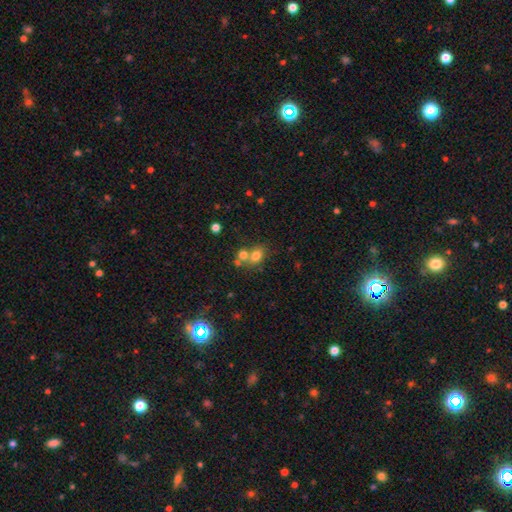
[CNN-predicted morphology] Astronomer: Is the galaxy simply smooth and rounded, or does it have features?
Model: smooth — 75%.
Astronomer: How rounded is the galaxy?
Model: in between — 54% (runner-up: round, 45%).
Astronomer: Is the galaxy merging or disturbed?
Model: merger — 45% (runner-up: none, 42%).